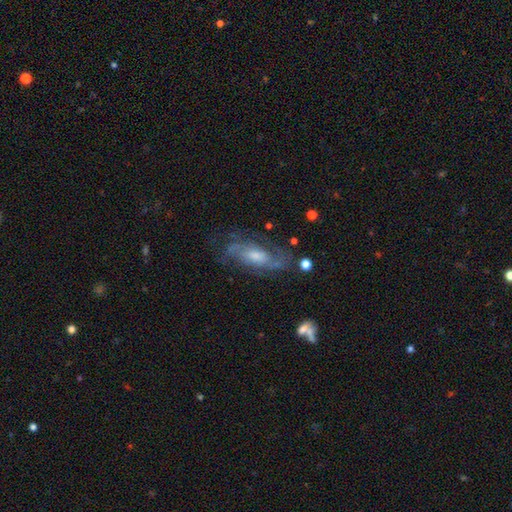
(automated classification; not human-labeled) This is likely a featured or disk galaxy (79%). It is clearly not viewed edge-on (90%). Bar: possibly no (54%). Spiral arm pattern: clearly yes (92%). Spiral arm count: possibly 2 (51%). Spiral winding: possibly medium (47%). Central bulge: possibly moderate (48%). Merging: likely none (67%).